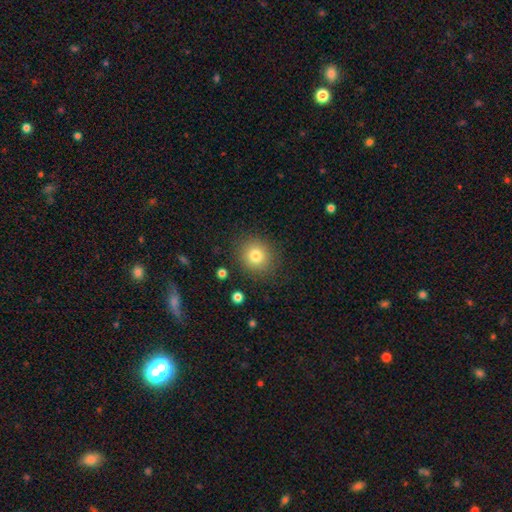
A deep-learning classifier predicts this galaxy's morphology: Smooth or featured? smooth (80%)
How rounded? round (88%)
Merging? none (87%)